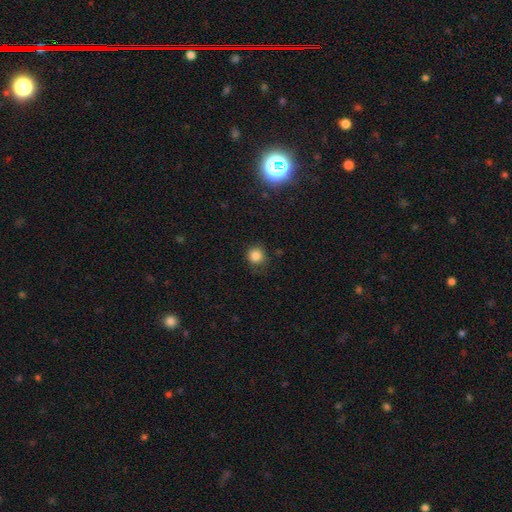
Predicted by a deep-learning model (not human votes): This is clearly a smooth galaxy (83%). How rounded: clearly round (92%). Merging: likely none (79%).